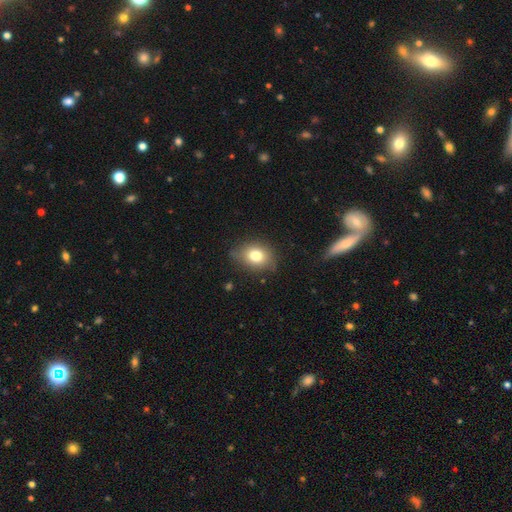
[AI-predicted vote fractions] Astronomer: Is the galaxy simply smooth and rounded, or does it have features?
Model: smooth — 77%.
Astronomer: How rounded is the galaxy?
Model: in between — 55% (runner-up: round, 43%).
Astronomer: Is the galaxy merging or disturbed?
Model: none — 74%.